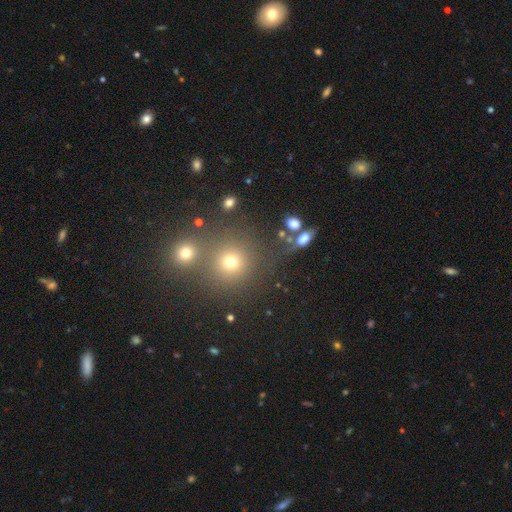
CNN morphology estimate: smooth 52%, star or artifact 39%, featured or disk 9%. Down the decision tree: how rounded — round (91%); merging — none (72%).